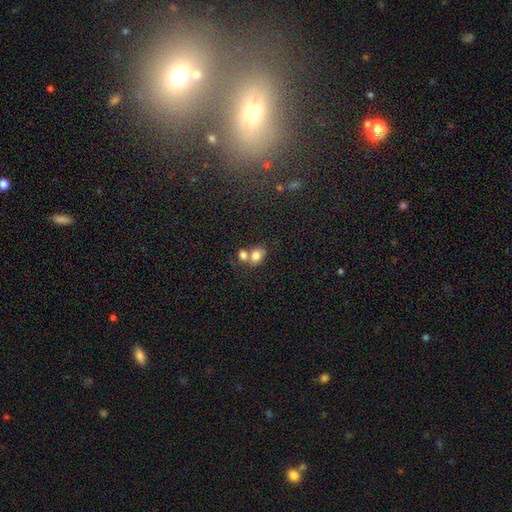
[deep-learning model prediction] smooth_or_featured: smooth (p=0.78) [alt: featured or disk p=0.12]
how_rounded: in between (p=0.53) [alt: round p=0.46]
merging: merger (p=0.51) [alt: none p=0.36]